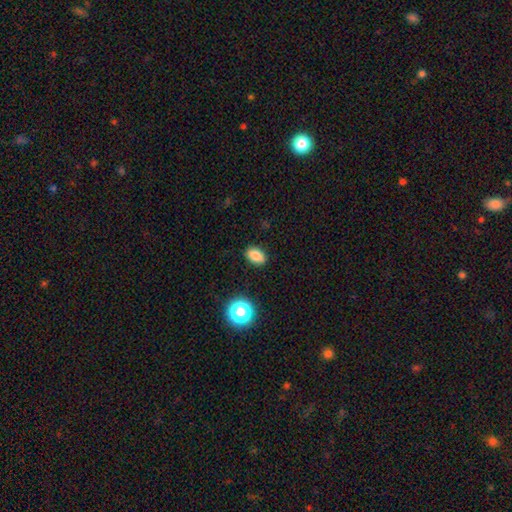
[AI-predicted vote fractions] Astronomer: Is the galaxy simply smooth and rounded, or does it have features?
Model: smooth — 82%.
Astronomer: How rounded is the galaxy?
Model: in between — 85%.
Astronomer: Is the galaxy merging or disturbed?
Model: none — 88%.